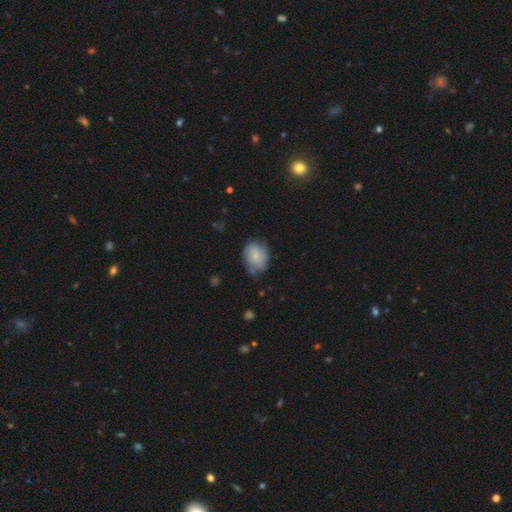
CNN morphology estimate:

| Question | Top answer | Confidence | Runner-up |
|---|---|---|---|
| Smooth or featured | smooth | 64% | featured or disk (28%) |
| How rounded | in between | 62% | round (37%) |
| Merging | none | 57% | minor disturbance (31%) |